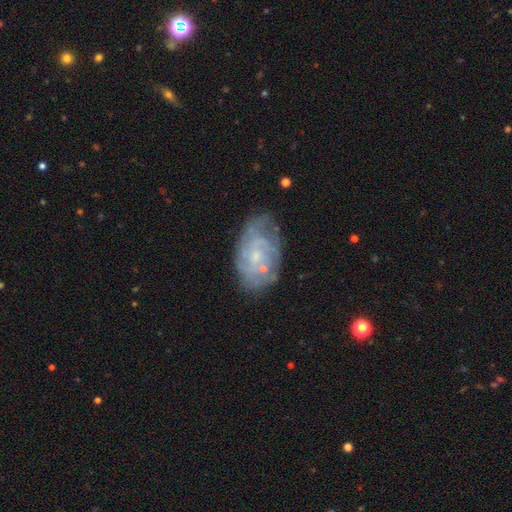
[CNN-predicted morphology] This appears to be a featured or disk galaxy (74%) with no bar (68%), tight (61%) spiral arms (83%) and a small central bulge (68%). Merging: none (64%).